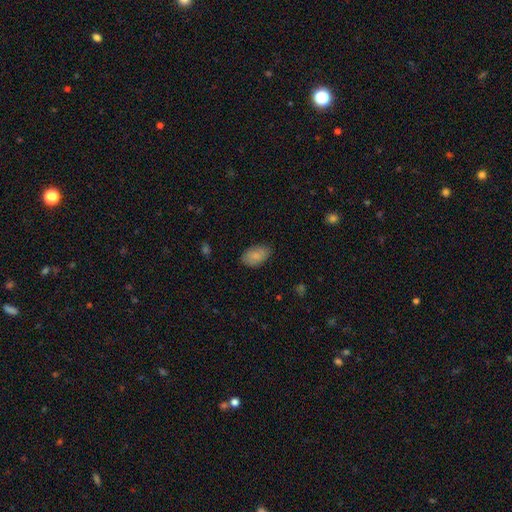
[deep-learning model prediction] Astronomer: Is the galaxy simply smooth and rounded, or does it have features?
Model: smooth — 84%.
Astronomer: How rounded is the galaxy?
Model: in between — 93%.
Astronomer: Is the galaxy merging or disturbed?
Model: none — 82%.